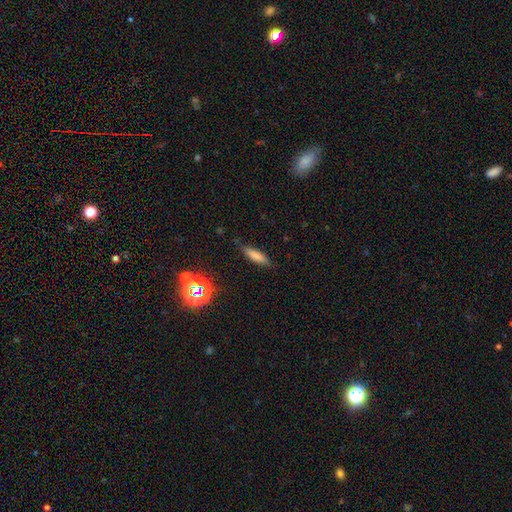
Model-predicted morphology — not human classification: Smooth or featured?
  - smooth: 77% *
  - featured or disk: 12%
  - star or artifact: 11%
How rounded?
  - cigar-shaped: 68% *
  - in between: 29%
  - round: 2%
Merging?
  - none: 82% *
  - minor disturbance: 14%
  - major disturbance: 3%
  - merger: 2%